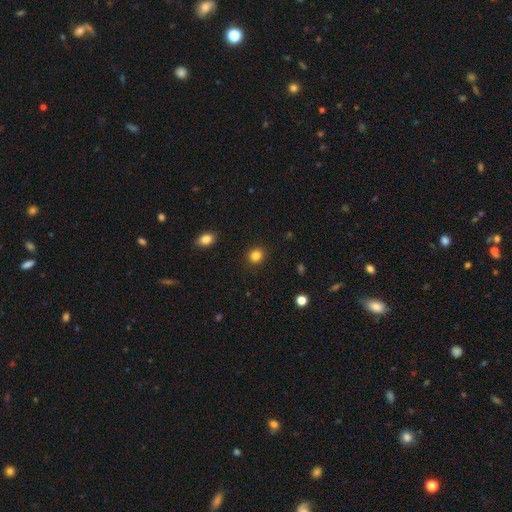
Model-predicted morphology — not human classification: smooth_or_featured: smooth (p=0.84) [alt: star or artifact p=0.12]
how_rounded: round (p=0.83) [alt: in between p=0.16]
merging: none (p=0.90) [alt: minor disturbance p=0.06]